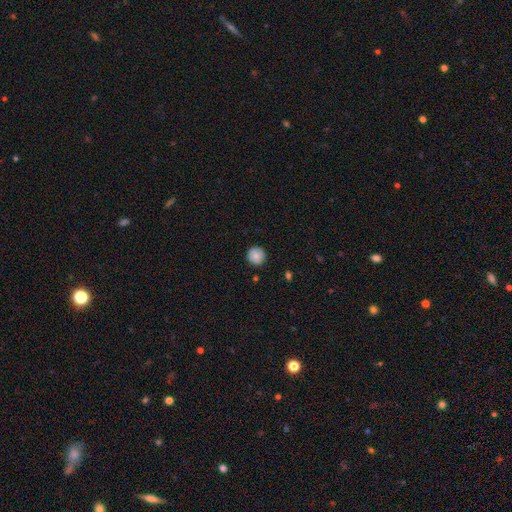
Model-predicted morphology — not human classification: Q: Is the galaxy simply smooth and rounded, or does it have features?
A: smooth — 80%.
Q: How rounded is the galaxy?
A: round — 95%.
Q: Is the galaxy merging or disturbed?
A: none — 88%.